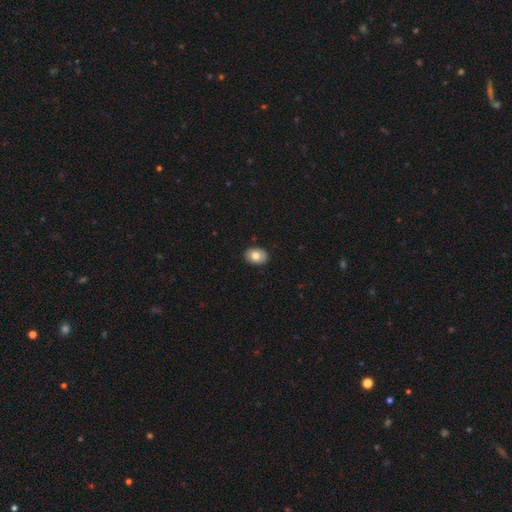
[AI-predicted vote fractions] Smooth or featured: smooth — 78% (featured or disk — 15%)
How rounded: in between — 73% (round — 26%)
Merging: none — 89% (minor disturbance — 8%)